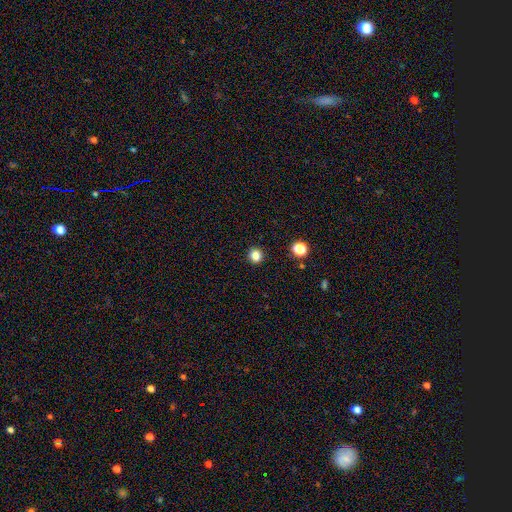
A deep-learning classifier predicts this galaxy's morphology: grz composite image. It shows a smooth galaxy with no disk features (82%) that is round (92%). Merging: none (92%).